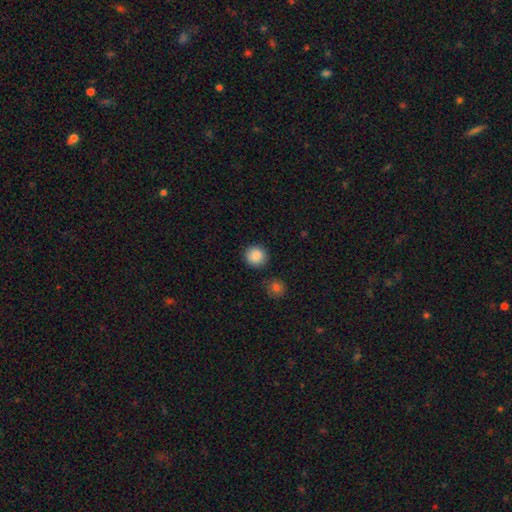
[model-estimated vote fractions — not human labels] Morphology: type=smooth (88%); roundness=round (93%); merging=none (90%).